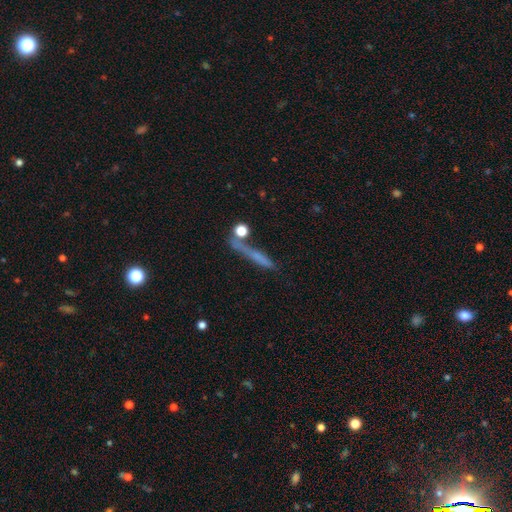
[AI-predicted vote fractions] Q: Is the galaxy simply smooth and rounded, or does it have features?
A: smooth — 48%.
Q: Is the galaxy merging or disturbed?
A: none — 63%.